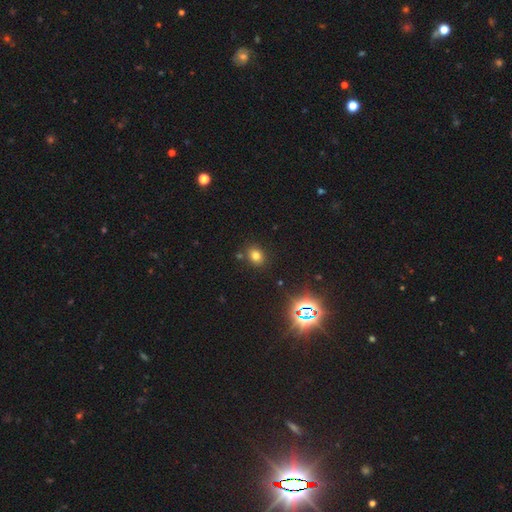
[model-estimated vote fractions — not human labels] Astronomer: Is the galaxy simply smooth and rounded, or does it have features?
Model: smooth — 73%.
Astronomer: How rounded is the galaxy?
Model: round — 52% (runner-up: in between, 47%).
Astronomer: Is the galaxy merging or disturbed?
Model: none — 82%.